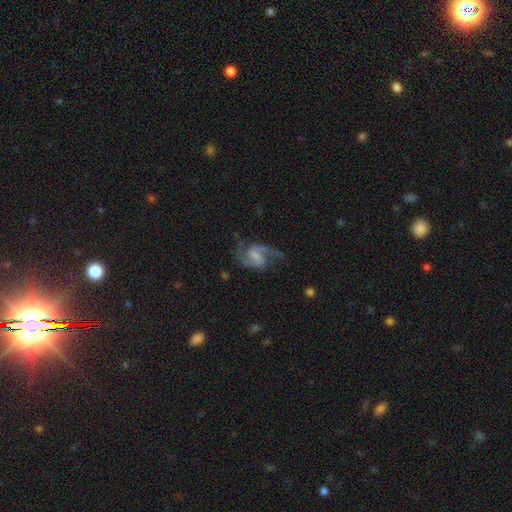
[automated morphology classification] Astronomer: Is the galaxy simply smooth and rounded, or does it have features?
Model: featured or disk — 89%.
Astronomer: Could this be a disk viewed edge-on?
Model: no — 98%.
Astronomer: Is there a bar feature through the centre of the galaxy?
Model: weak — 55%.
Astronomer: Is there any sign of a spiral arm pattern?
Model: yes — 97%.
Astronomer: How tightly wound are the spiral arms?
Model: medium — 53% (runner-up: loose, 35%).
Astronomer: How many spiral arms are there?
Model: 2 — 92%.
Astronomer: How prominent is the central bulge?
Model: none — 37% (runner-up: small, 34%).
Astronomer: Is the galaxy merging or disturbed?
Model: none — 67%.